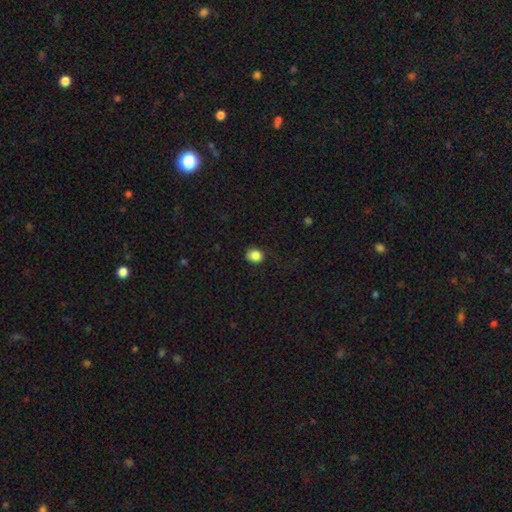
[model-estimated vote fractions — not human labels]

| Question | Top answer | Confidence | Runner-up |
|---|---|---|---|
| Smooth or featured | smooth | 87% | star or artifact (10%) |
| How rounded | round | 61% | in between (38%) |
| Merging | none | 81% | minor disturbance (15%) |